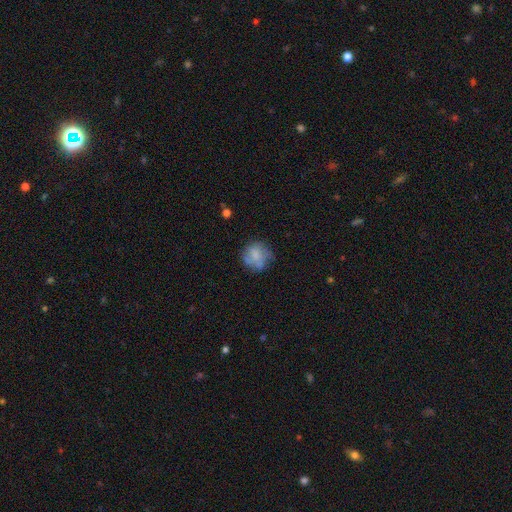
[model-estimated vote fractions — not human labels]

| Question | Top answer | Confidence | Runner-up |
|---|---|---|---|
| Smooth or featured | smooth | 59% | featured or disk (30%) |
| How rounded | round | 82% | in between (17%) |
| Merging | none | 60% | minor disturbance (23%) |